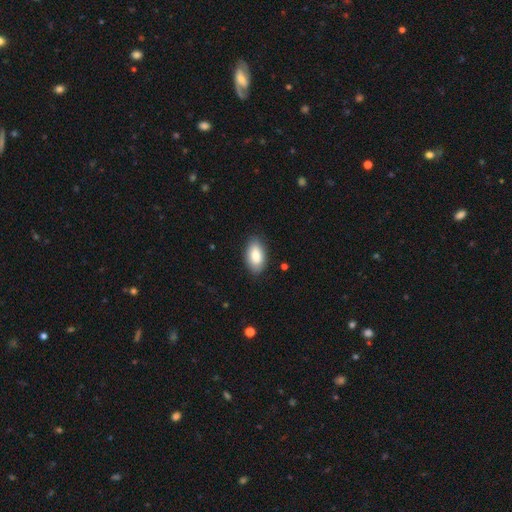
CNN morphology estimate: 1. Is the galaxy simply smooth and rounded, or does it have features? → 85% smooth, 9% featured or disk, 6% star or artifact.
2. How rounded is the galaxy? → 94% in between, 4% round, 2% cigar-shaped.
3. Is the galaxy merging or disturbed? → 85% none, 12% minor disturbance, 2% major disturbance, 1% merger.